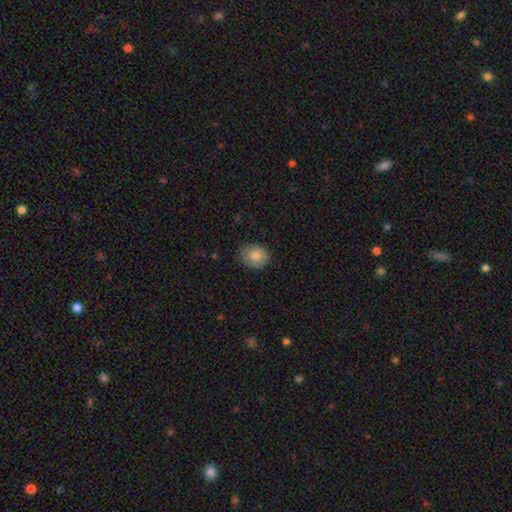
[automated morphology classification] Smooth or featured? Predicted: smooth (p=0.85). How rounded? Predicted: round (p=0.63). Merging? Predicted: none (p=0.78).